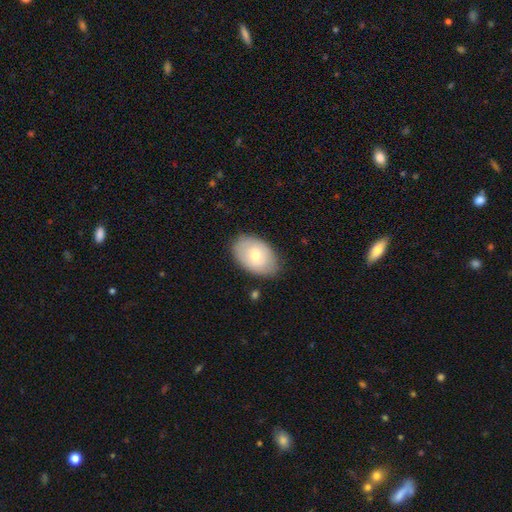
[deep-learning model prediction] Smooth or featured: smooth — 65% (featured or disk — 29%)
How rounded: in between — 88% (round — 11%)
Merging: none — 80% (minor disturbance — 15%)